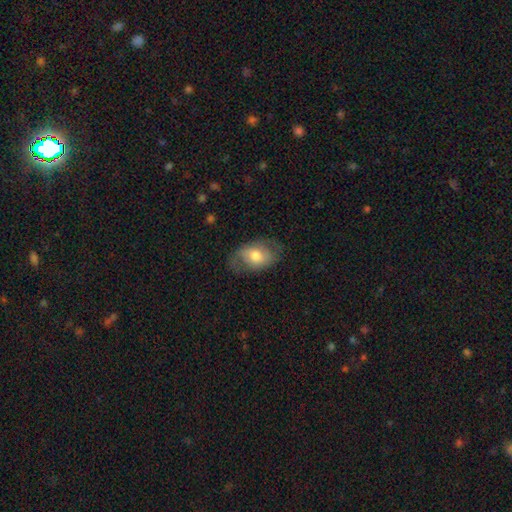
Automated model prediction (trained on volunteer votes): Smooth or featured? smooth (61%)
How rounded? in between (85%)
Merging? none (63%)